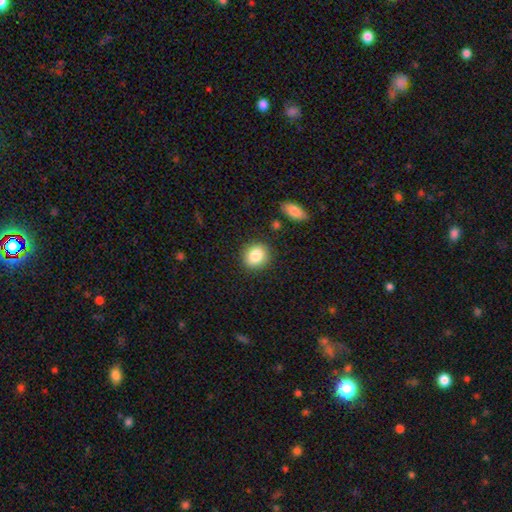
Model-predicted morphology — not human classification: smooth 84%, star or artifact 9%, featured or disk 7%. Down the decision tree: how rounded — round (71%); merging — none (88%).